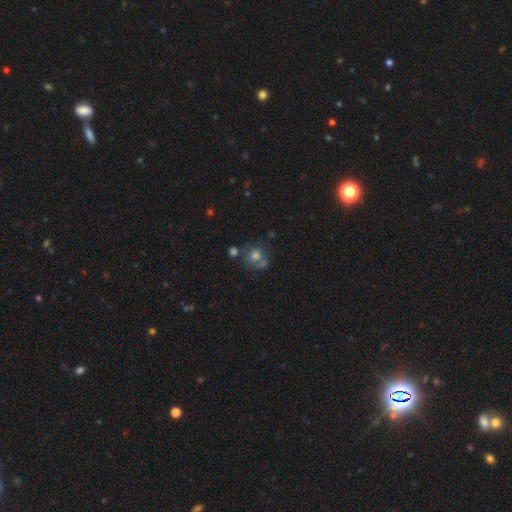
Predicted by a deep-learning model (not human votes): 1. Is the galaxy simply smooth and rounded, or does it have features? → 62% smooth, 20% featured or disk, 18% star or artifact.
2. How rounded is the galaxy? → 86% round, 13% in between, 1% cigar-shaped.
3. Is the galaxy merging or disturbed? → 59% none, 20% merger, 14% minor disturbance, 7% major disturbance.